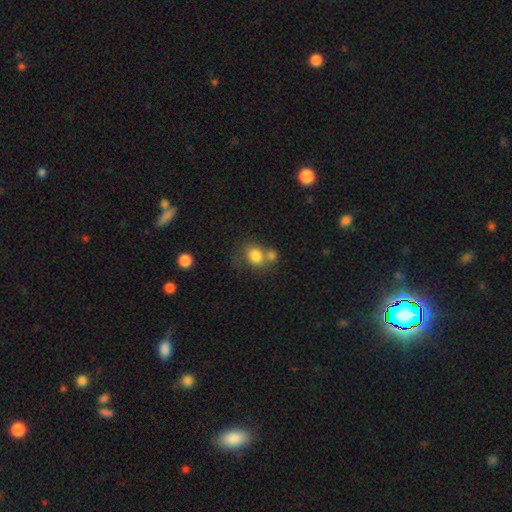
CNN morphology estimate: A smooth galaxy with no disk features (80%) that is round (66%).

Vote fractions:
- Smooth or featured? smooth: 80% / star or artifact: 10% / featured or disk: 10%
- How rounded? round: 66% / in between: 33% / cigar-shaped: 1%
- Merging? none: 42% / merger: 40% / minor disturbance: 12% / major disturbance: 7%